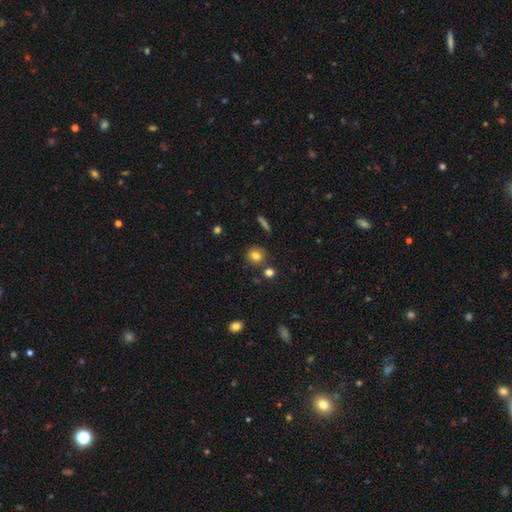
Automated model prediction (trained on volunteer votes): This appears to be a smooth galaxy with no disk features (79%) that is round (86%). Merging: none (83%).